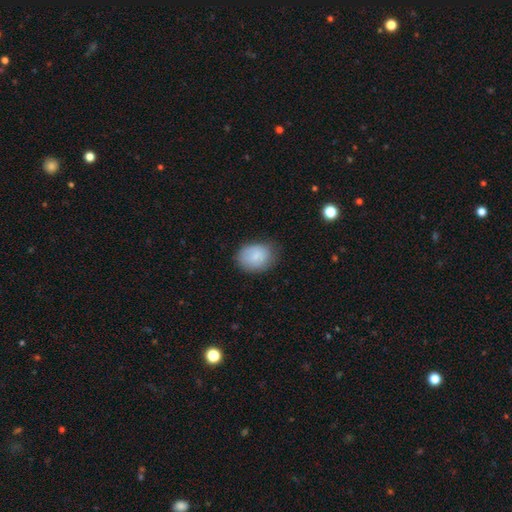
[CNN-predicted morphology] Overall: smooth (82%). How rounded: in between (63%; round 36%). Merging: none (66%; minor disturbance 26%).